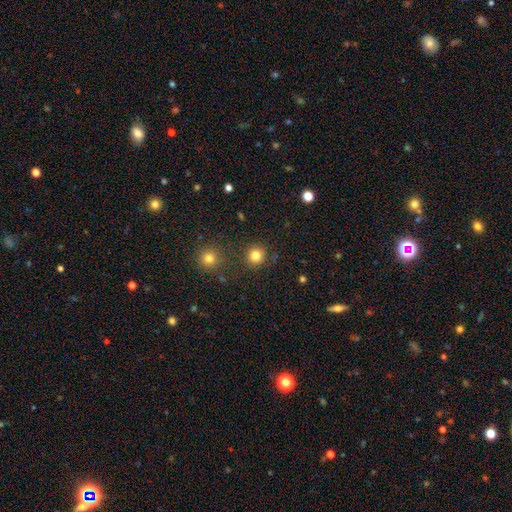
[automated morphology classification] Smooth or featured? Predicted: smooth (p=0.82). How rounded? Predicted: round (p=0.92). Merging? Predicted: none (p=0.86).